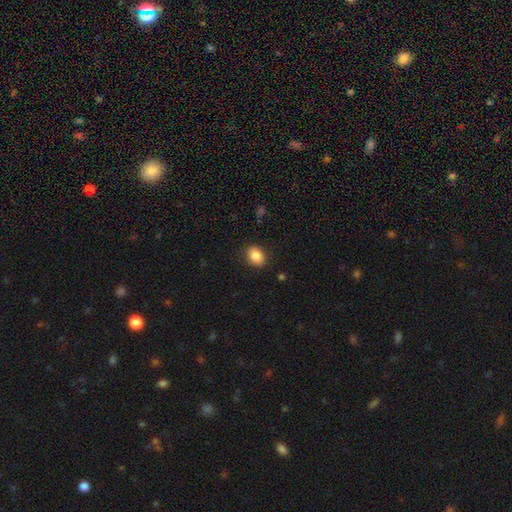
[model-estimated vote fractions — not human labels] A smooth galaxy with no disk features (87%) that is in between round and cigar-shaped (70%). Merging: none (88%).